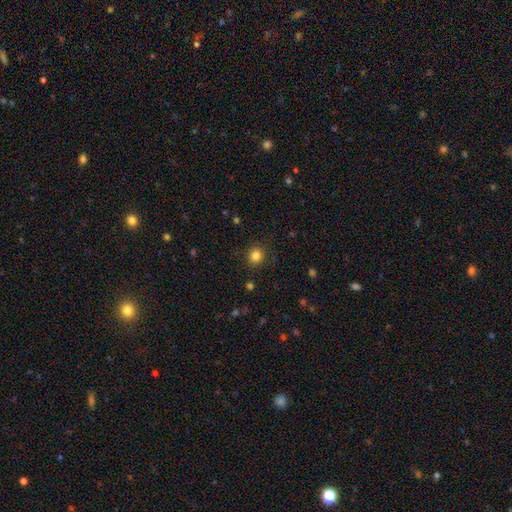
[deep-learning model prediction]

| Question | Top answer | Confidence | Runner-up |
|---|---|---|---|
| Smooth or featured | smooth | 83% | star or artifact (12%) |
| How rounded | round | 87% | in between (12%) |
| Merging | none | 89% | minor disturbance (7%) |